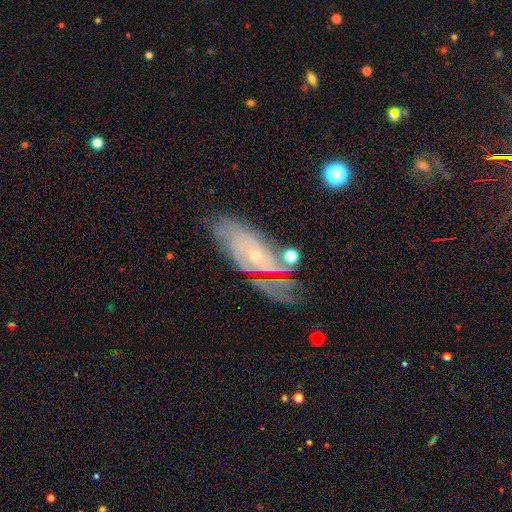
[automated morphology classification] smooth_or_featured: featured or disk (p=0.79) [alt: smooth p=0.12]
disk_edge_on: no (p=0.90) [alt: yes p=0.10]
bar: no (p=0.71) [alt: weak p=0.22]
has_spiral_arms: yes (p=0.93) [alt: no p=0.07]
spiral_winding: tight (p=0.70) [alt: medium p=0.24]
spiral_arm_count: can't tell (p=0.41) [alt: 2 p=0.22]
bulge_size: small (p=0.78) [alt: moderate p=0.18]
merging: none (p=0.65) [alt: minor disturbance p=0.20]